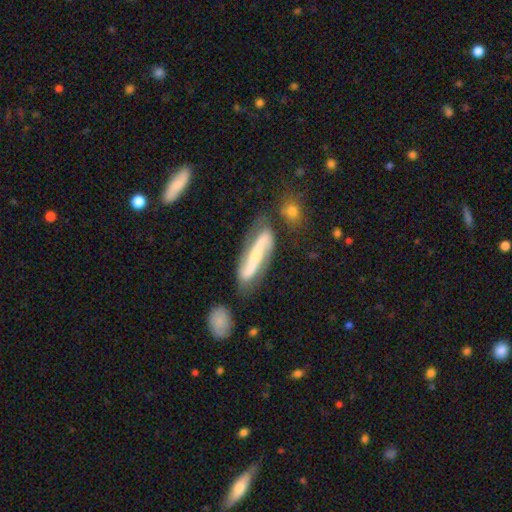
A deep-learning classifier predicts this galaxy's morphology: Smooth or featured? featured or disk (80%)
Edge-on disk? no (82%)
Bar? strong (54%)
Spiral arms? yes (94%)
Spiral winding? loose (50%)
Spiral arm count? 2 (91%)
Bulge size? small (51%)
Merging? none (70%)